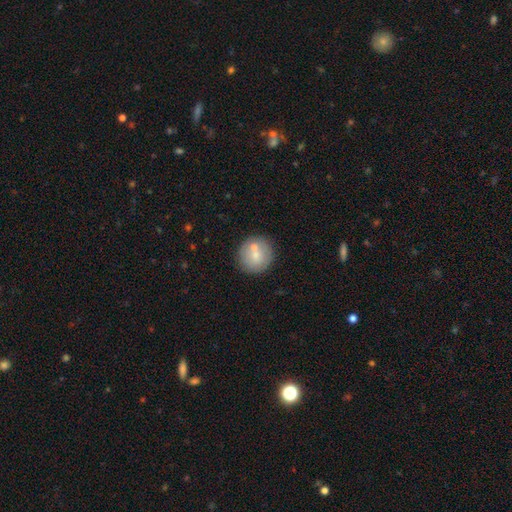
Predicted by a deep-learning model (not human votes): This appears to be a smooth galaxy with no disk features (70%) that is round (92%). Merging: none (66%).